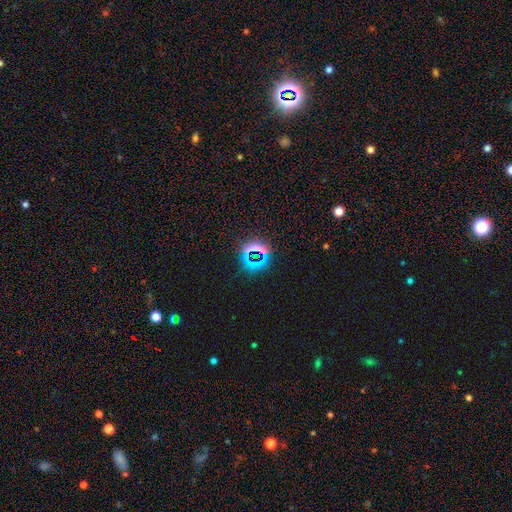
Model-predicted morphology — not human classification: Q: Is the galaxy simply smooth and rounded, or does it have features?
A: star or artifact — 68%.